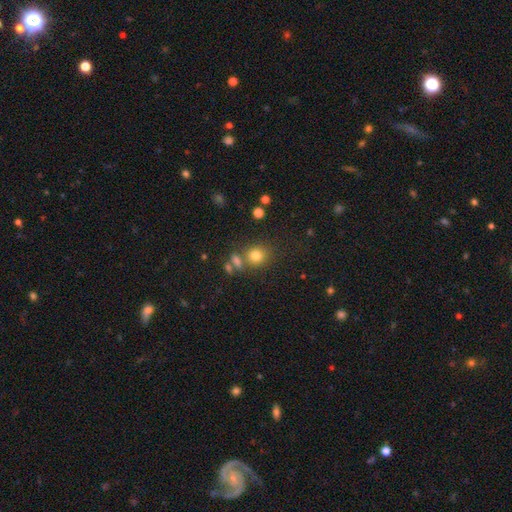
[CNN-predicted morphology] Smooth or featured? smooth (78%)
How rounded? round (82%)
Merging? none (68%)